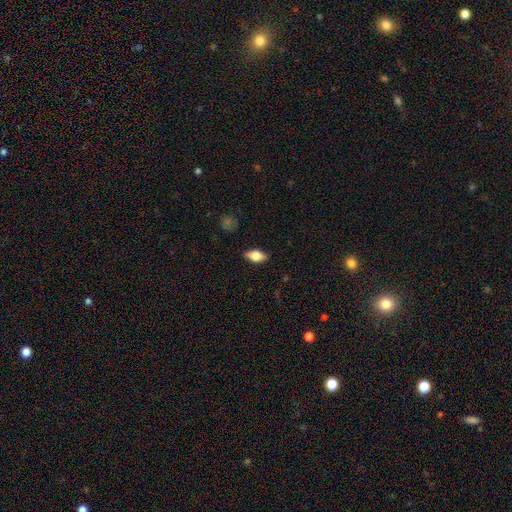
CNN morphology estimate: A smooth galaxy with no disk features (60%) that is in between round and cigar-shaped (82%). Merging: none (86%).